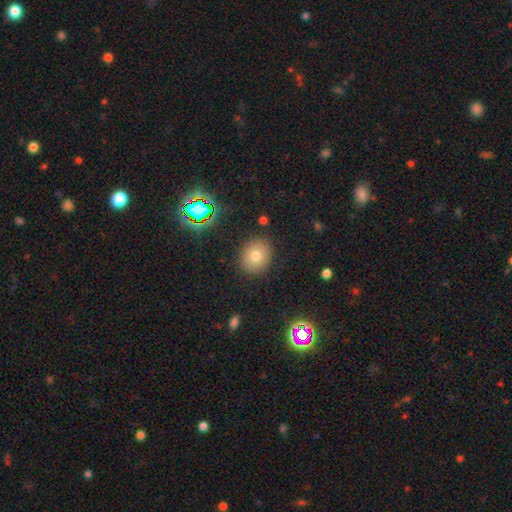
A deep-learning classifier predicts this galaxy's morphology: Q: Smooth or featured?
A: smooth (73%); runner-up: star or artifact (16%)
Q: How rounded?
A: round (64%); runner-up: in between (35%)
Q: Merging?
A: none (88%); runner-up: minor disturbance (8%)